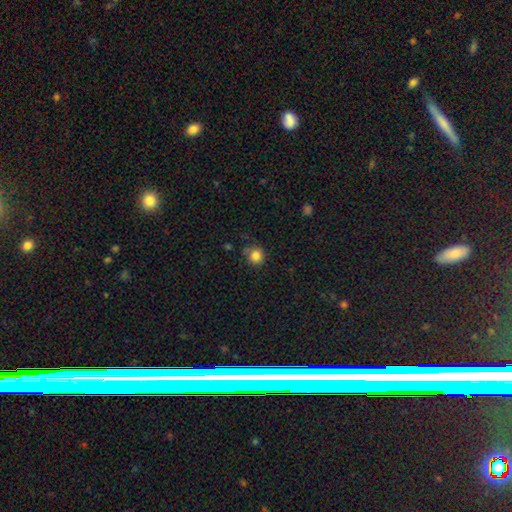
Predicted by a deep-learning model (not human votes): Q: Smooth or featured?
A: smooth (84%); runner-up: star or artifact (12%)
Q: How rounded?
A: round (89%); runner-up: in between (10%)
Q: Merging?
A: none (76%); runner-up: minor disturbance (16%)